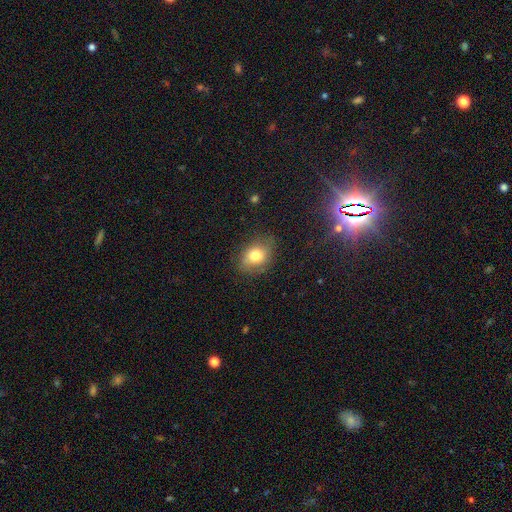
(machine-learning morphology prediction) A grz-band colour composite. It shows a smooth galaxy with no disk features (74%) that is in between round and cigar-shaped (65%). Merging: none (71%).